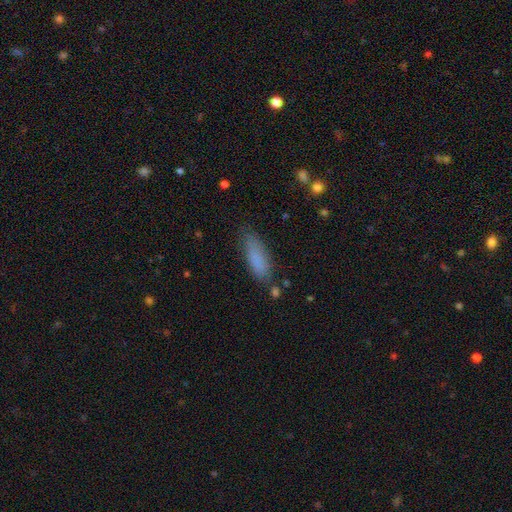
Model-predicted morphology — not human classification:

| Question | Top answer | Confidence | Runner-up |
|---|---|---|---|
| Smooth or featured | smooth | 84% | featured or disk (8%) |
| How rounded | in between | 54% | cigar-shaped (44%) |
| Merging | none | 75% | minor disturbance (17%) |